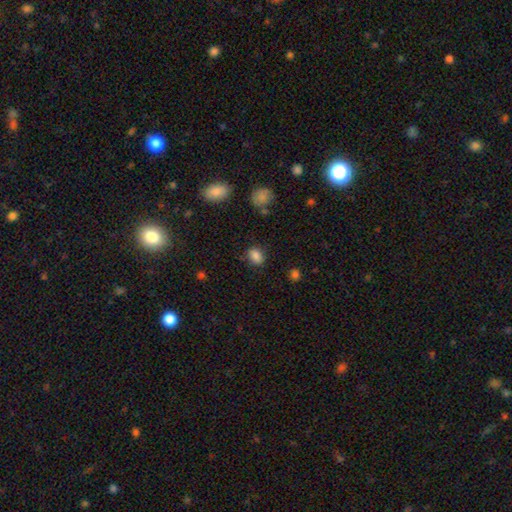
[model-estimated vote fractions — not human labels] Overall: smooth (84%). How rounded: in between (69%). Merging: none (81%).